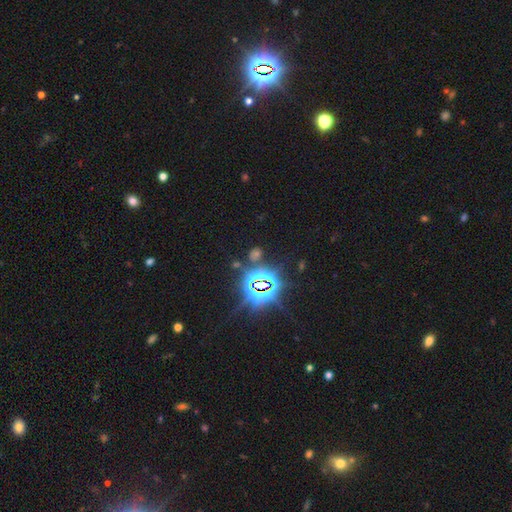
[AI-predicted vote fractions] Smooth or featured? star or artifact (81%)